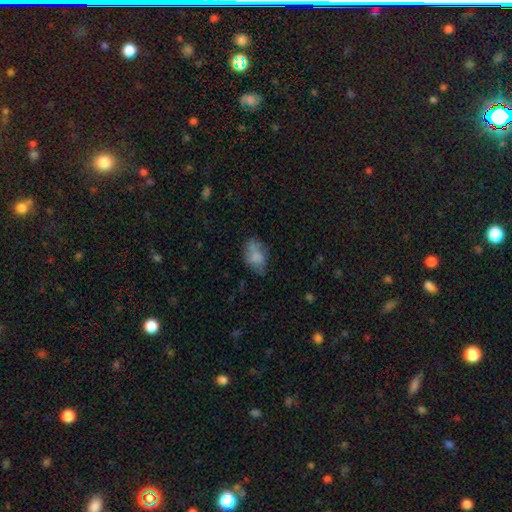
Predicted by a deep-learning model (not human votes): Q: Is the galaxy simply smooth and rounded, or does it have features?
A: smooth — 73%.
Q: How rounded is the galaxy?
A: in between — 83%.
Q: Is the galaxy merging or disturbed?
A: none — 50%.